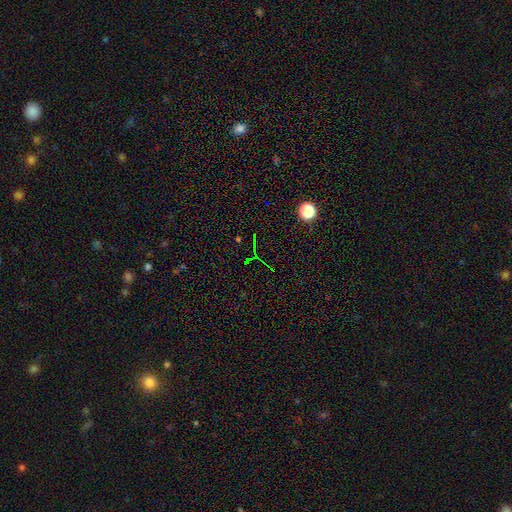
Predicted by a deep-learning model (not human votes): Morphology: type=star or artifact (75%).